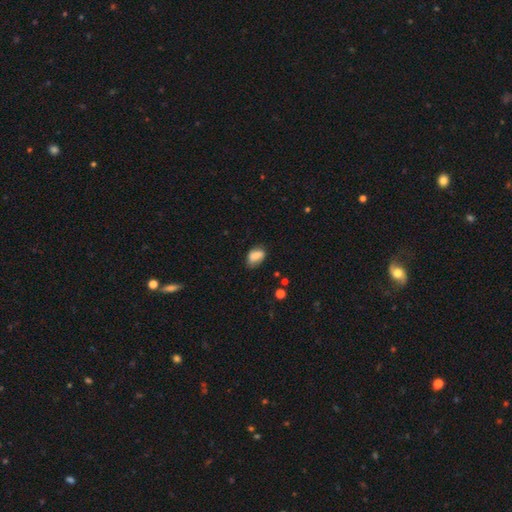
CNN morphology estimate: A smooth galaxy with no disk features (77%) that is in between round and cigar-shaped (83%).

Vote fractions:
- Smooth or featured? smooth: 77% / featured or disk: 14% / star or artifact: 9%
- How rounded? in between: 83% / round: 15% / cigar-shaped: 2%
- Merging? none: 64% / minor disturbance: 28% / major disturbance: 6% / merger: 2%